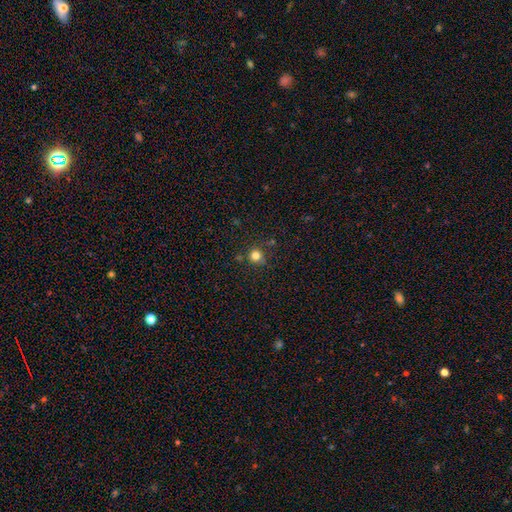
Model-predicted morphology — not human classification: type=smooth (80%); roundness=round (94%); merging=none (81%).